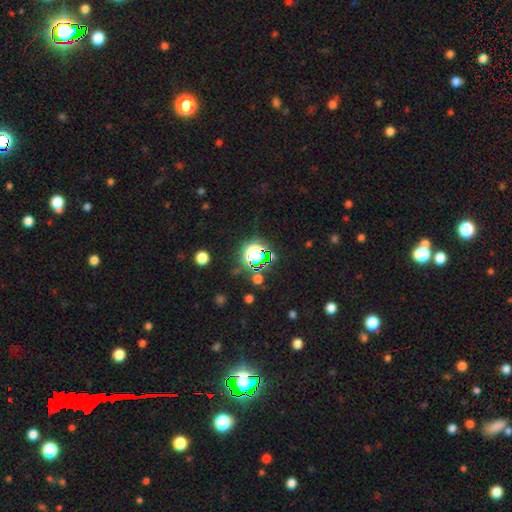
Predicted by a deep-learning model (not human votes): This is likely a star or artifact rather than a galaxy (66%).